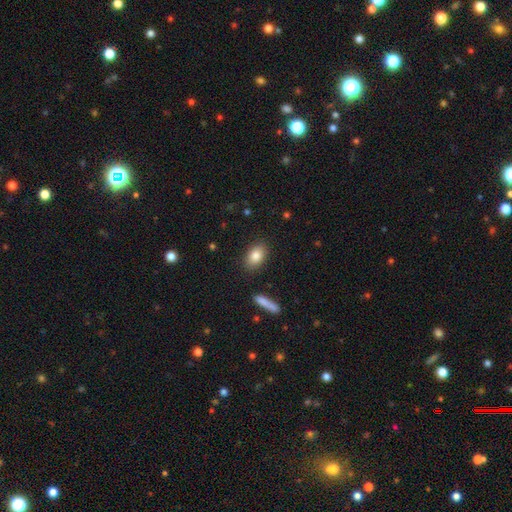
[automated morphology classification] A smooth galaxy with no disk features (84%) that is in between round and cigar-shaped (87%).

Vote fractions:
- Smooth or featured? smooth: 84% / featured or disk: 9% / star or artifact: 8%
- How rounded? in between: 87% / round: 10% / cigar-shaped: 3%
- Merging? none: 87% / minor disturbance: 9% / major disturbance: 2% / merger: 2%